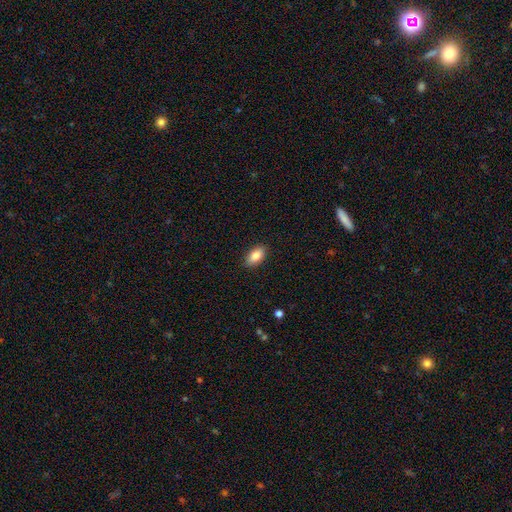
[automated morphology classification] A smooth galaxy with no disk features (84%) that is in between round and cigar-shaped (92%). Merging: none (89%).